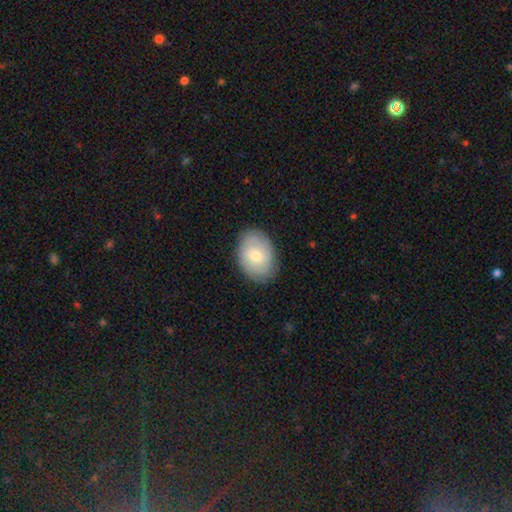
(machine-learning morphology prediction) smooth 54%, featured or disk 40%, star or artifact 6%. Down the decision tree: how rounded — in between (75%); merging — none (83%).